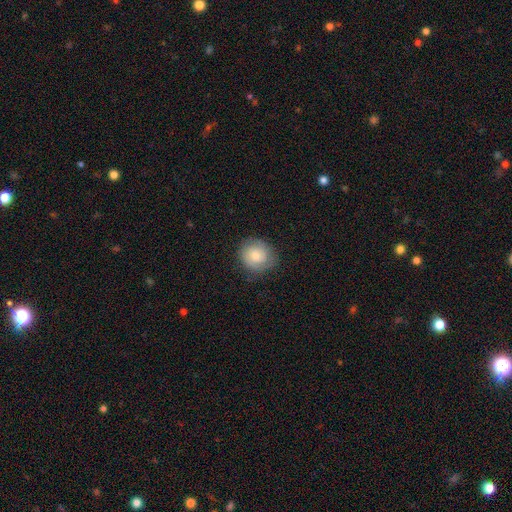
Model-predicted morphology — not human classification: Q: Smooth or featured?
A: smooth (70%); runner-up: featured or disk (23%)
Q: How rounded?
A: round (84%); runner-up: in between (16%)
Q: Merging?
A: none (77%); runner-up: minor disturbance (17%)